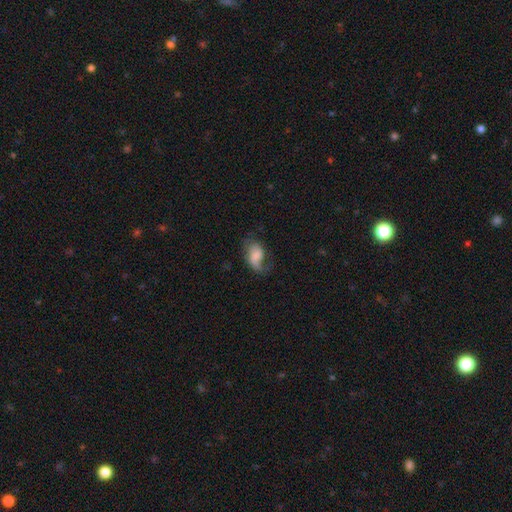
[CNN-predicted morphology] Q: Smooth or featured?
A: smooth (47%); runner-up: featured or disk (44%)
Q: Merging?
A: major disturbance (36%); tied with: none (36%)